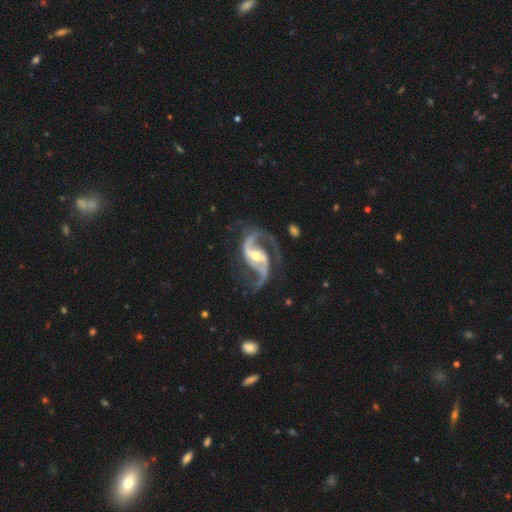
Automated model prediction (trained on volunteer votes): Q: Smooth or featured?
A: featured or disk (93%); runner-up: star or artifact (4%)
Q: Edge-on disk?
A: no (98%); runner-up: yes (2%)
Q: Bar?
A: weak (41%); runner-up: strong (40%)
Q: Spiral arms?
A: yes (98%); runner-up: no (2%)
Q: Spiral winding?
A: medium (47%); runner-up: loose (45%)
Q: Spiral arm count?
A: 2 (92%); runner-up: 3 (2%)
Q: Bulge size?
A: moderate (63%); runner-up: small (28%)
Q: Merging?
A: none (71%); runner-up: minor disturbance (15%)